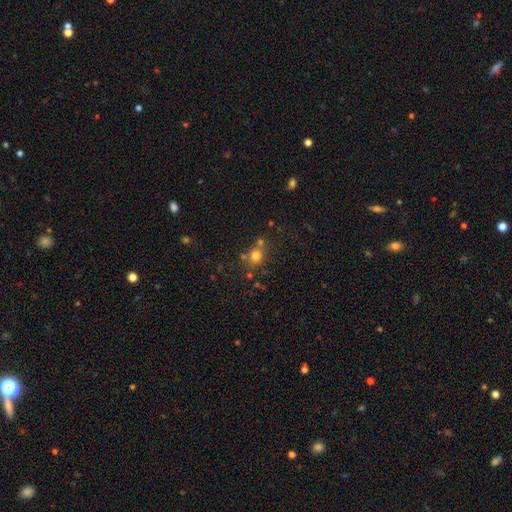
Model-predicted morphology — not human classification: Overall: smooth (74%). How rounded: round (77%). Merging: none (63%).